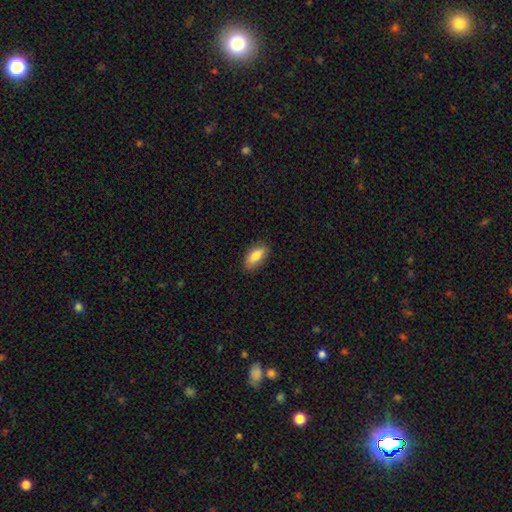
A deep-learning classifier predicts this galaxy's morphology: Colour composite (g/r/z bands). It shows a smooth galaxy with no disk features (82%) that is in between round and cigar-shaped (83%). Merging: none (85%).